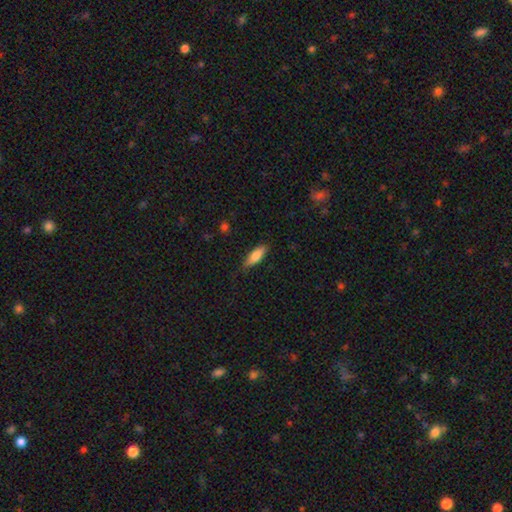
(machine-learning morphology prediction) Smooth or featured? smooth (80%)
How rounded? in between (50%)
Merging? none (80%)